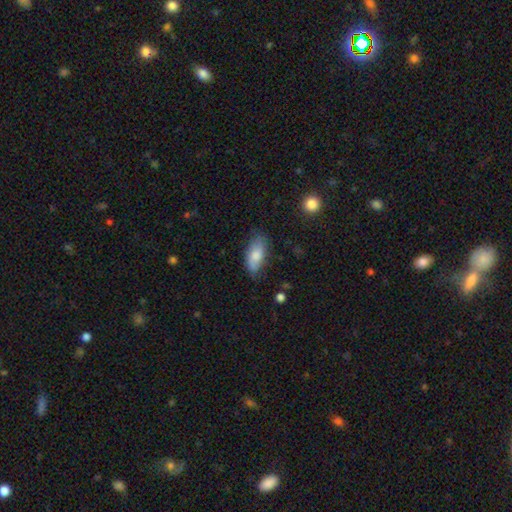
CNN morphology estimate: The model was most divided on "merging": none: 64%, minor disturbance: 27%, major disturbance: 7%, merger: 2%. More confident: how rounded — in between (88%); smooth or featured — smooth (74%).